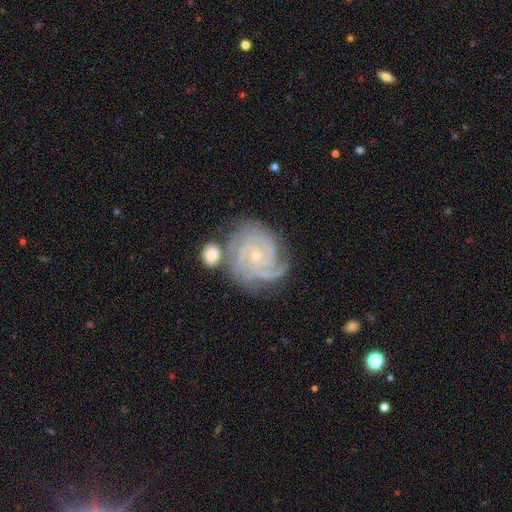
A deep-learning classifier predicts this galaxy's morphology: smooth_or_featured: featured or disk (p=0.90) [alt: star or artifact p=0.06]
disk_edge_on: no (p=0.98) [alt: yes p=0.02]
bar: no (p=0.70) [alt: weak p=0.22]
has_spiral_arms: yes (p=0.99) [alt: no p=0.01]
spiral_winding: tight (p=0.80) [alt: medium p=0.18]
spiral_arm_count: 3 (p=0.42) [alt: 4 p=0.26]
bulge_size: small (p=0.79) [alt: moderate p=0.17]
merging: none (p=0.69) [alt: minor disturbance p=0.17]